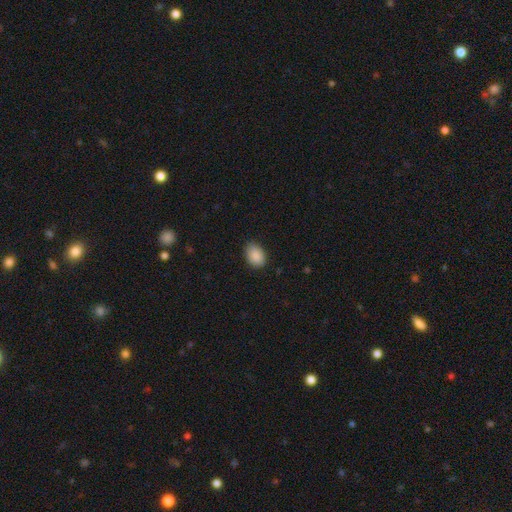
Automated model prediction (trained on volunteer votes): This is clearly a smooth galaxy (89%). How rounded: clearly in between (81%). Merging: likely none (79%).